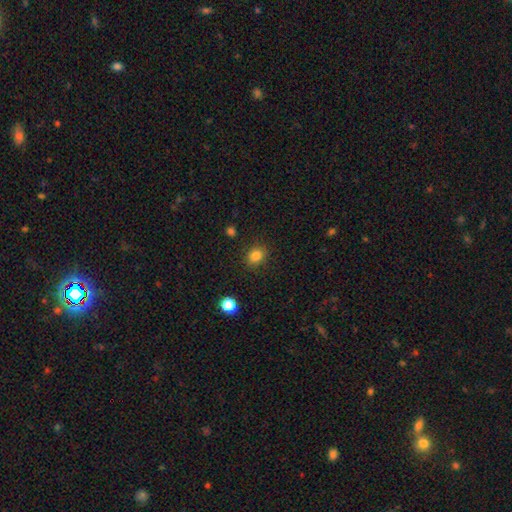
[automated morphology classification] This appears to be a smooth galaxy with no disk features (83%) that is round (64%). Merging: none (87%).